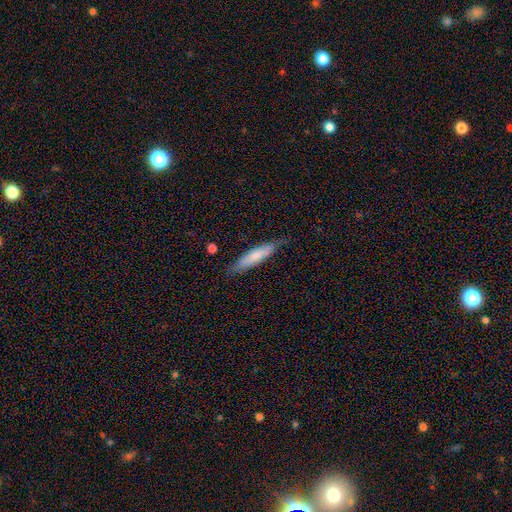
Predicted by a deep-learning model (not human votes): Q: Smooth or featured?
A: smooth (70%); runner-up: featured or disk (24%)
Q: How rounded?
A: cigar-shaped (82%); runner-up: in between (16%)
Q: Merging?
A: none (79%); runner-up: minor disturbance (16%)